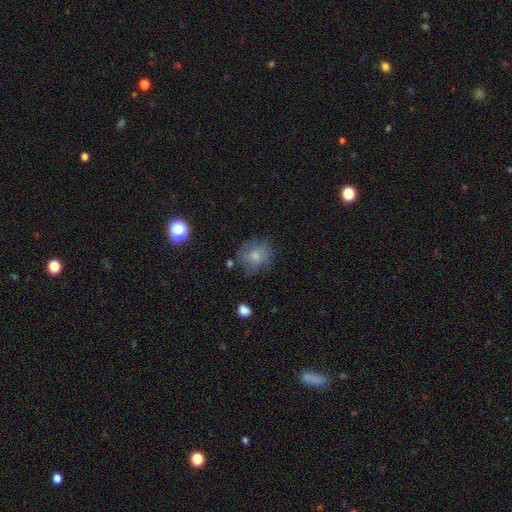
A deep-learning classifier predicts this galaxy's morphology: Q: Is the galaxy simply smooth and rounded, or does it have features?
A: smooth — 73%.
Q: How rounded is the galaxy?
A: round — 70%.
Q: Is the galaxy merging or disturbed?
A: none — 62%.